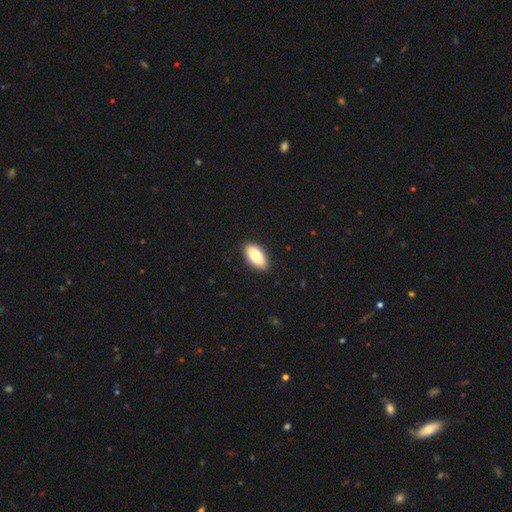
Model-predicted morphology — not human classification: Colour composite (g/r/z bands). It shows a smooth galaxy with no disk features (78%) that is in between round and cigar-shaped (92%). Merging: none (90%).